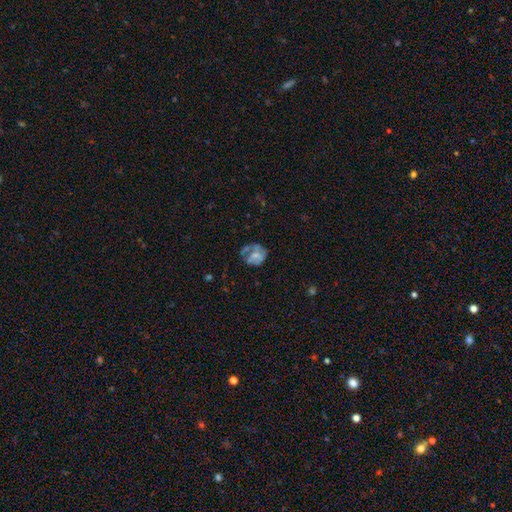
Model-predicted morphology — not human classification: This appears to be a featured or disk galaxy (49%). Merging: none (36%).